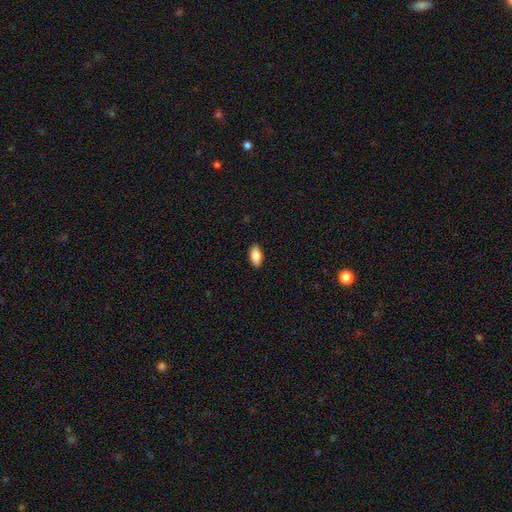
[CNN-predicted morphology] Smooth or featured? smooth (85%)
How rounded? in between (92%)
Merging? none (90%)